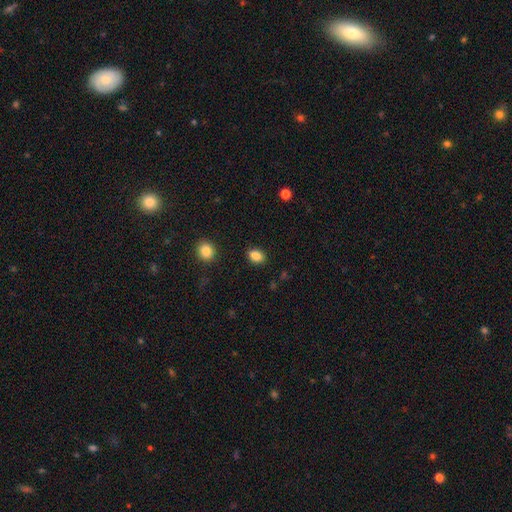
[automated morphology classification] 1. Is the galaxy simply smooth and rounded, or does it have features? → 86% smooth, 9% star or artifact, 4% featured or disk.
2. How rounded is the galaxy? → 76% in between, 23% round, 1% cigar-shaped.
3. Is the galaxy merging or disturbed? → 87% none, 9% minor disturbance, 2% major disturbance, 2% merger.